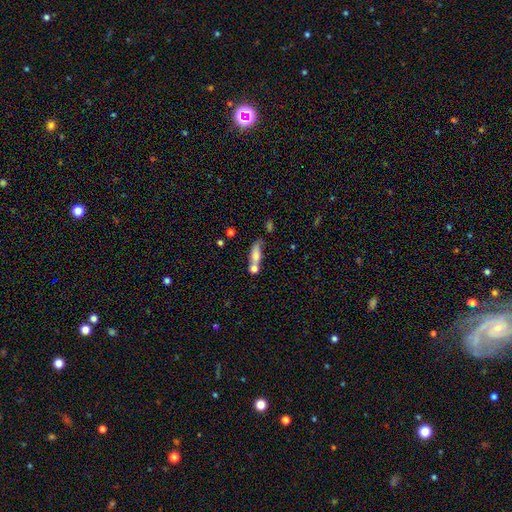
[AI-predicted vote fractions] smooth-or-featured: smooth: 71% | featured or disk: 21% | star or artifact: 9%
  how-rounded: in between: 56% | cigar-shaped: 38% | round: 6%
  merging: none: 39% | merger: 36% | minor disturbance: 17% | major disturbance: 9%